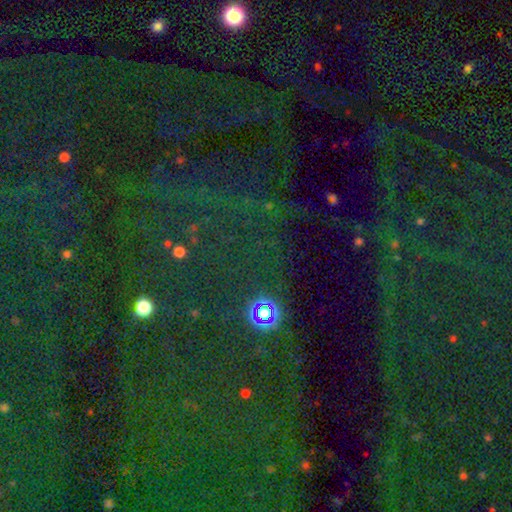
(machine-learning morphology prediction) Q: Smooth or featured?
A: star or artifact (74%); runner-up: smooth (17%)